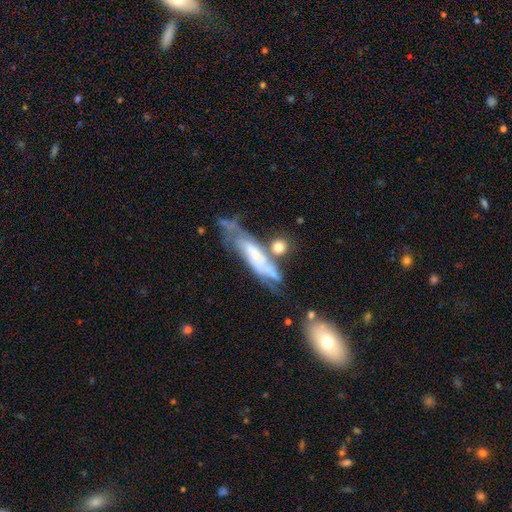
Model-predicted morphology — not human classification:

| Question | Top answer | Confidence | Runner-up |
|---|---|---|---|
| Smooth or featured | featured or disk | 62% | smooth (29%) |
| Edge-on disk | no | 70% | yes (30%) |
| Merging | none | 41% | minor disturbance (25%) |